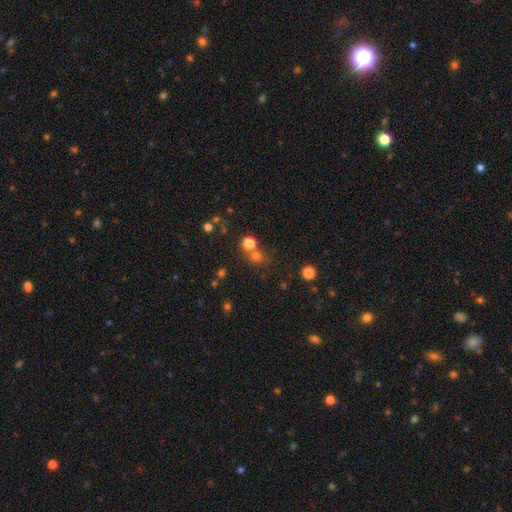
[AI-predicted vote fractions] Smooth or featured?
  - smooth: 65% *
  - star or artifact: 27%
  - featured or disk: 8%
How rounded?
  - round: 84% *
  - in between: 15%
  - cigar-shaped: 1%
Merging?
  - none: 61% *
  - merger: 26%
  - minor disturbance: 8%
  - major disturbance: 4%